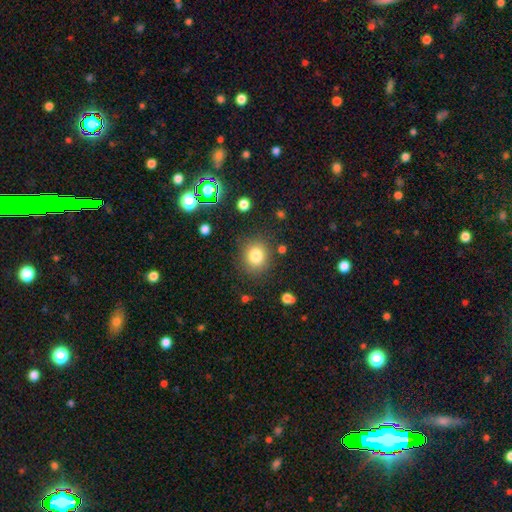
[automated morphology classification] Smooth or featured? Predicted: smooth (p=0.80). How rounded? Predicted: round (p=0.78). Merging? Predicted: none (p=0.85).